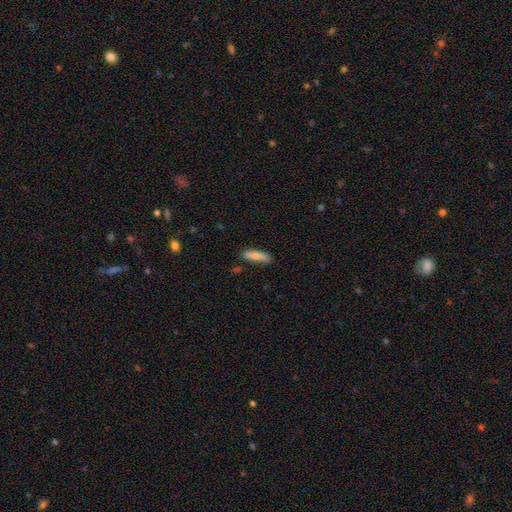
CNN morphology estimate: Q: Smooth or featured?
A: smooth (79%); runner-up: featured or disk (15%)
Q: How rounded?
A: cigar-shaped (67%); runner-up: in between (31%)
Q: Merging?
A: none (77%); runner-up: minor disturbance (17%)